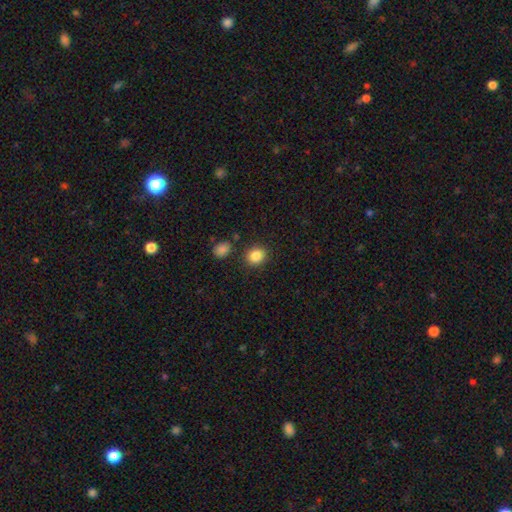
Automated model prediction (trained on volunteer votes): smooth-or-featured: smooth: 86% | star or artifact: 9% | featured or disk: 4%
  how-rounded: round: 72% | in between: 27% | cigar-shaped: 1%
  merging: none: 86% | minor disturbance: 8% | merger: 4% | major disturbance: 3%